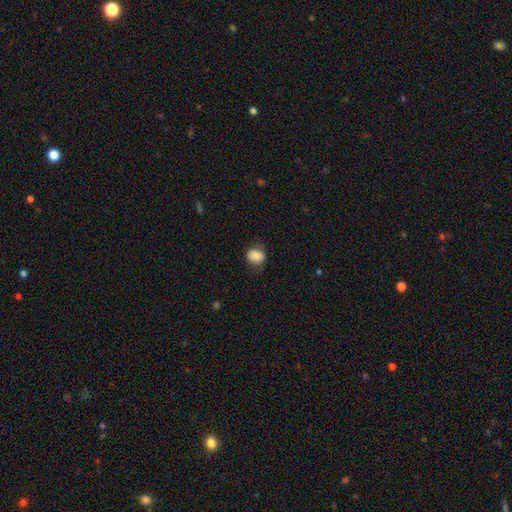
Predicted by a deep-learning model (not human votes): The model was most divided on "how rounded": round: 53%, in between: 46%, cigar-shaped: 1%. More confident: smooth or featured — smooth (84%); merging — none (76%).